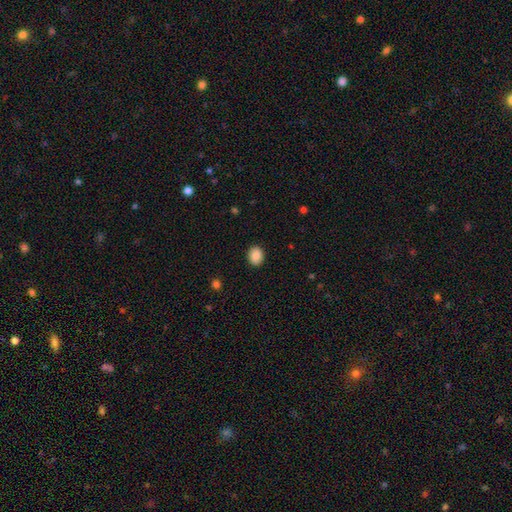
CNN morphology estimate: Smooth or featured?
  - smooth: 88% *
  - star or artifact: 8%
  - featured or disk: 4%
How rounded?
  - round: 52% *
  - in between: 47%
  - cigar-shaped: 1%
Merging?
  - none: 90% *
  - minor disturbance: 7%
  - major disturbance: 2%
  - merger: 1%